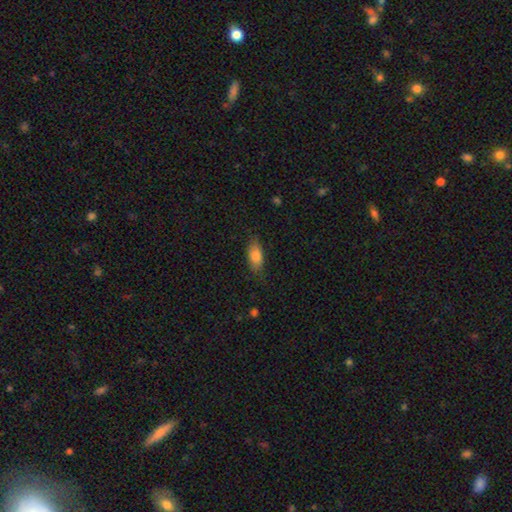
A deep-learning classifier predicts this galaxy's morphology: The model was most divided on "merging": none: 77%, minor disturbance: 18%, major disturbance: 4%, merger: 1%. More confident: how rounded — in between (82%); smooth or featured — smooth (81%).